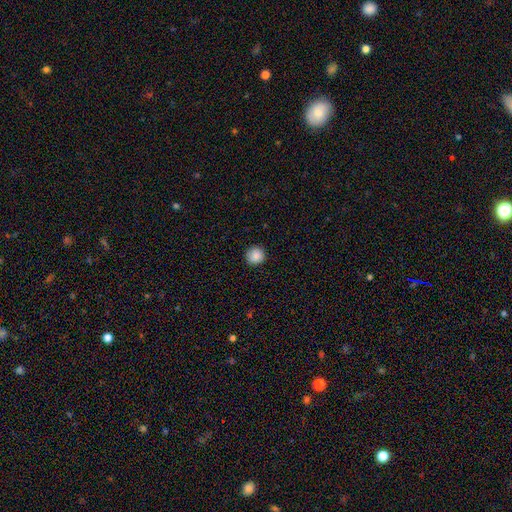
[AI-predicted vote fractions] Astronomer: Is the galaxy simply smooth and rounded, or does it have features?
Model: smooth — 88%.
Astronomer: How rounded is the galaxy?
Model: round — 94%.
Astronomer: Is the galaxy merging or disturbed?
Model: none — 91%.